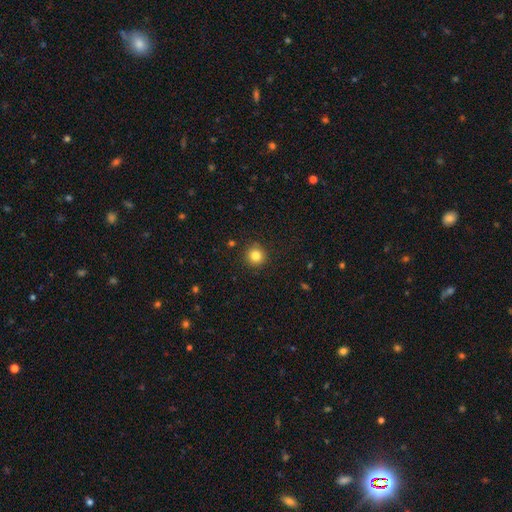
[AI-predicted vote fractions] Smooth or featured?
  - smooth: 82% *
  - star or artifact: 12%
  - featured or disk: 6%
How rounded?
  - round: 95% *
  - in between: 4%
  - cigar-shaped: 1%
Merging?
  - none: 91% *
  - minor disturbance: 6%
  - major disturbance: 2%
  - merger: 1%